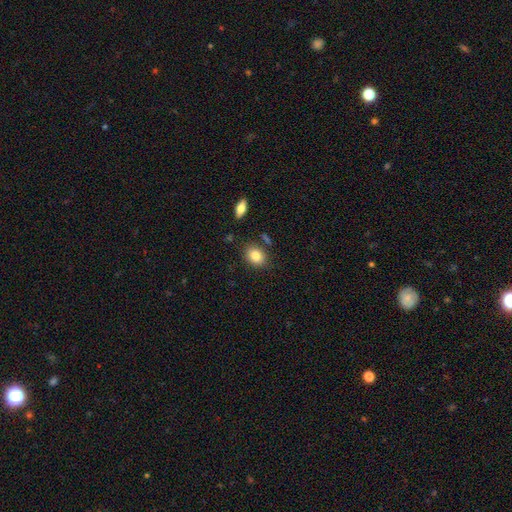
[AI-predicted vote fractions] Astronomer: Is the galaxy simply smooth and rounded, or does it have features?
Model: smooth — 83%.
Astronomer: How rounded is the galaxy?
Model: in between — 62% (runner-up: round, 37%).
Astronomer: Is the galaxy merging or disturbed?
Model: none — 81%.